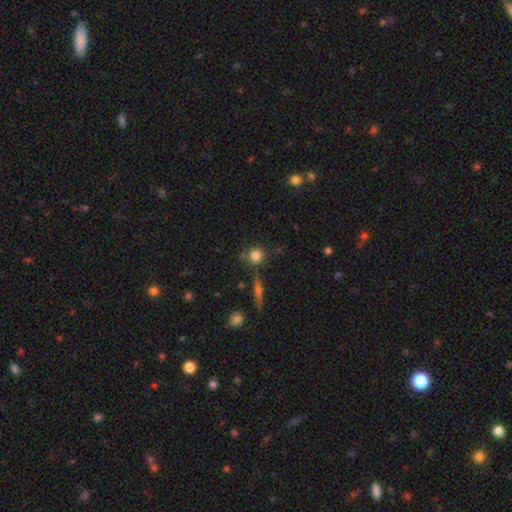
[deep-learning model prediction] smooth-or-featured: smooth: 81% | star or artifact: 11% | featured or disk: 7%
  how-rounded: round: 90% | in between: 8% | cigar-shaped: 2%
  merging: none: 75% | minor disturbance: 12% | merger: 9% | major disturbance: 4%